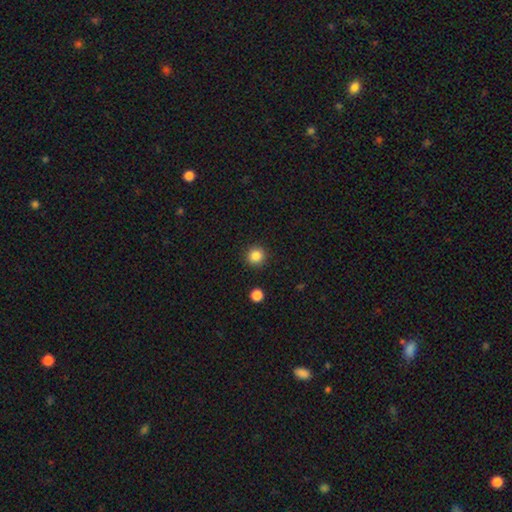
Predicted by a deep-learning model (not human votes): Q: Smooth or featured?
A: smooth (85%); runner-up: star or artifact (11%)
Q: How rounded?
A: round (94%); runner-up: in between (5%)
Q: Merging?
A: none (92%); runner-up: minor disturbance (5%)